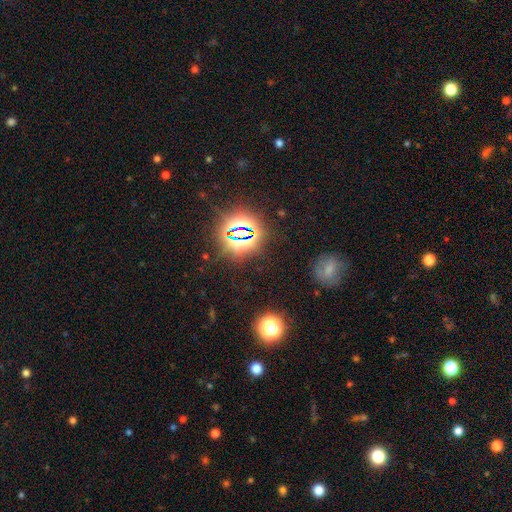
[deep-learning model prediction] Smooth or featured? Predicted: star or artifact (p=0.76).